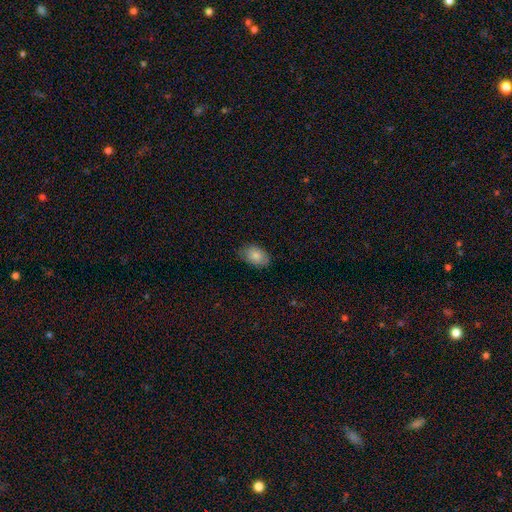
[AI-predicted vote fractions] Smooth or featured: smooth — 82% (featured or disk — 11%)
How rounded: in between — 85% (round — 14%)
Merging: none — 74% (minor disturbance — 21%)